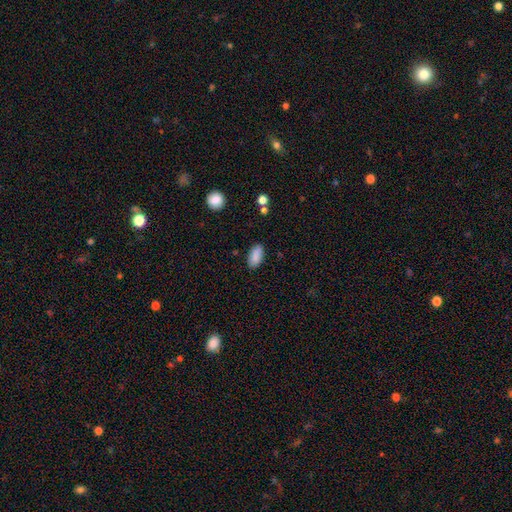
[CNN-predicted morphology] Overall: smooth (88%). How rounded: in between (90%). Merging: none (86%).